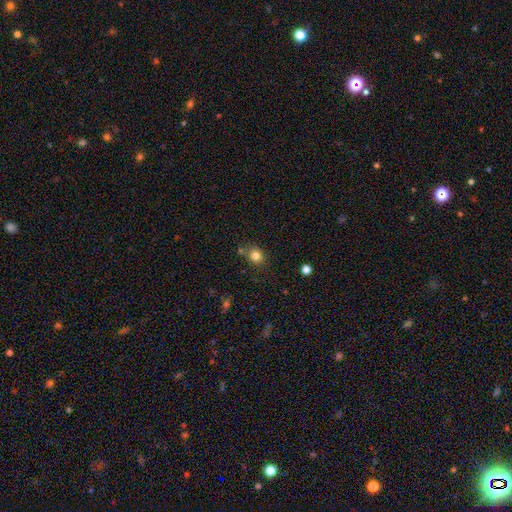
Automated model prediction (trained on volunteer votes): smooth-or-featured: smooth: 82% | star or artifact: 12% | featured or disk: 6%
  how-rounded: round: 73% | in between: 26% | cigar-shaped: 1%
  merging: none: 73% | minor disturbance: 13% | merger: 10% | major disturbance: 4%